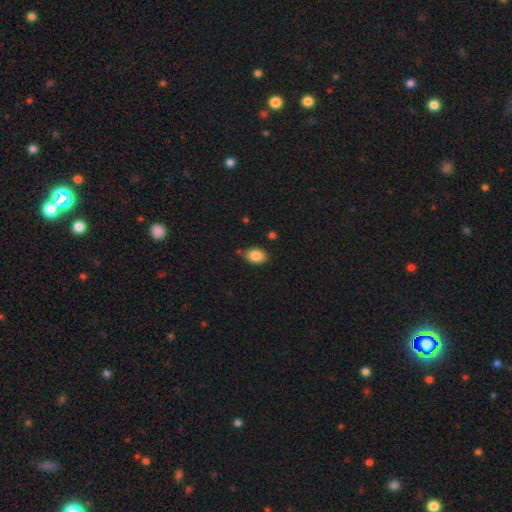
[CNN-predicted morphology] A smooth galaxy with no disk features (86%) that is in between round and cigar-shaped (82%).

Vote fractions:
- Smooth or featured? smooth: 86% / star or artifact: 8% / featured or disk: 6%
- How rounded? in between: 82% / round: 17% / cigar-shaped: 1%
- Merging? none: 80% / minor disturbance: 13% / merger: 4% / major disturbance: 3%